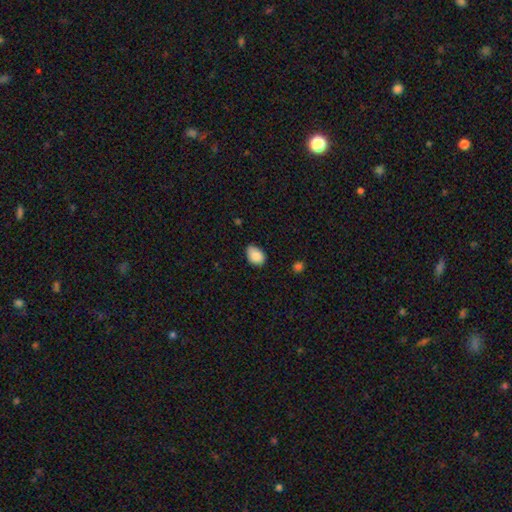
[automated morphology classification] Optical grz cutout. It shows a smooth galaxy with no disk features (87%) that is in between round and cigar-shaped (80%). Merging: none (68%).